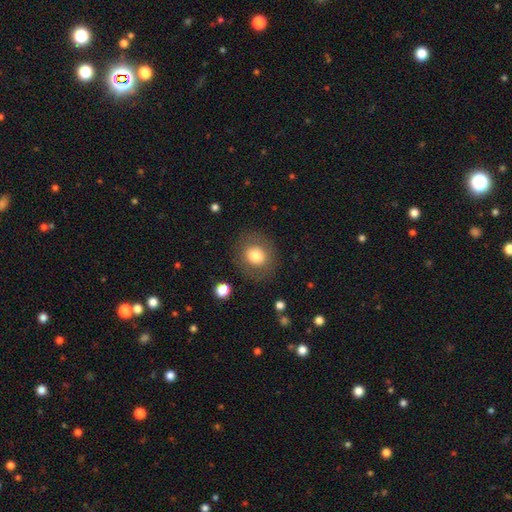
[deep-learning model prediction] smooth_or_featured: smooth (p=0.73) [alt: featured or disk p=0.18]
how_rounded: round (p=0.74) [alt: in between p=0.25]
merging: none (p=0.83) [alt: minor disturbance p=0.10]